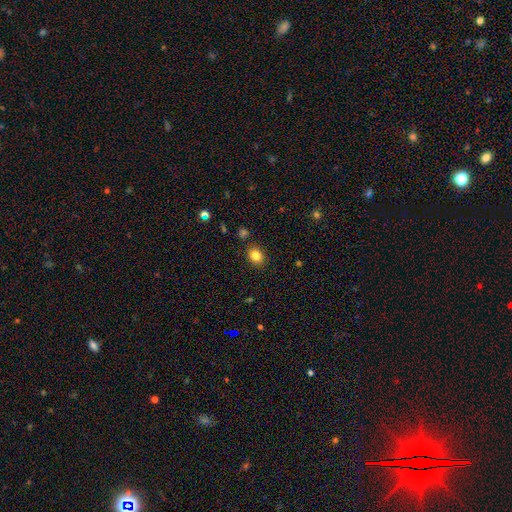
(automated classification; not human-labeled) Smooth or featured: smooth — 83% (star or artifact — 12%)
How rounded: round — 55% (in between — 44%)
Merging: none — 87% (minor disturbance — 9%)